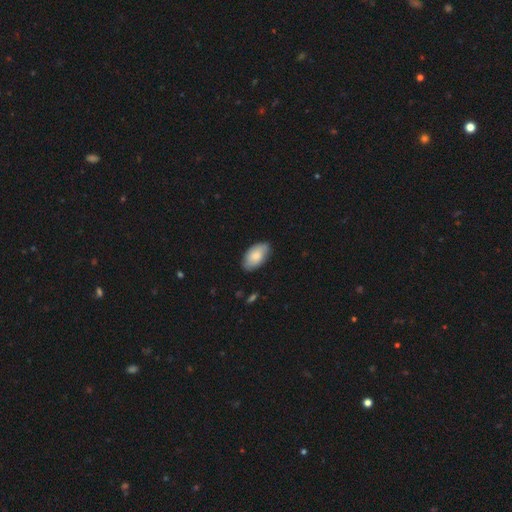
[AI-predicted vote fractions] Smooth or featured? Predicted: smooth (p=0.78). How rounded? Predicted: in between (p=0.95). Merging? Predicted: none (p=0.81).